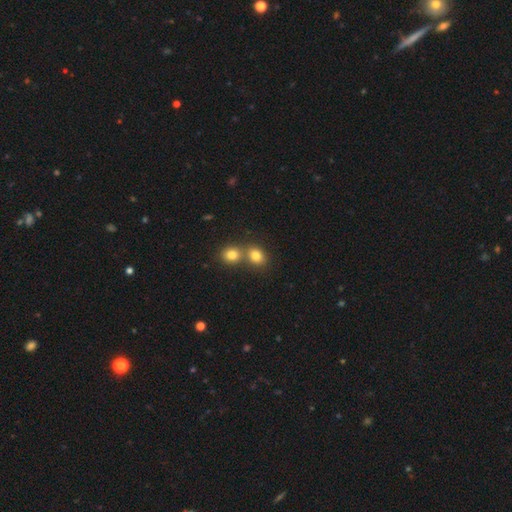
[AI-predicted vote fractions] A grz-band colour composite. It shows a smooth galaxy with no disk features (80%) that is round (54%). Merging: merger (46%).